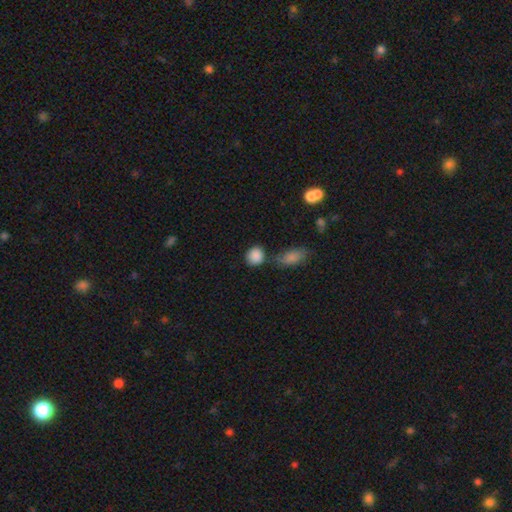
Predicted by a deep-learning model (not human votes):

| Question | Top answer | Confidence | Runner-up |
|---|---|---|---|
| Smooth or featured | smooth | 87% | star or artifact (9%) |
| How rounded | round | 72% | in between (26%) |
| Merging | none | 71% | minor disturbance (15%) |